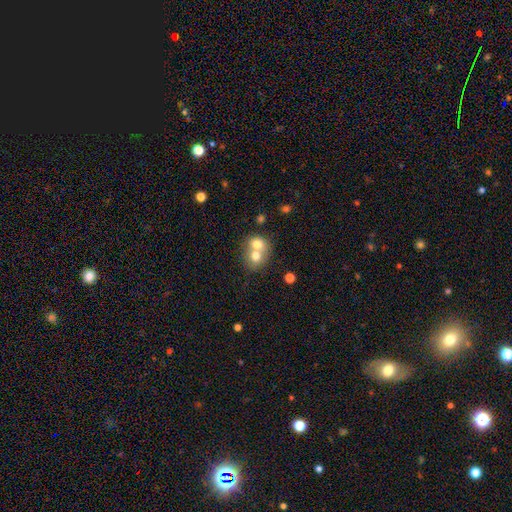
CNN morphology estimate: A smooth galaxy with no disk features (70%) that is round (67%).

Vote fractions:
- Smooth or featured? smooth: 70% / featured or disk: 21% / star or artifact: 9%
- How rounded? round: 67% / in between: 33% / cigar-shaped: 1%
- Merging? merger: 70% / none: 23% / minor disturbance: 5% / major disturbance: 2%